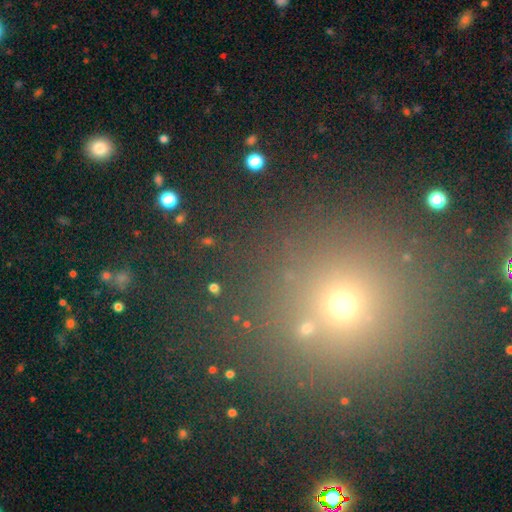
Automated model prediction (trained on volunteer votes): Smooth or featured: star or artifact — 47% (smooth — 45%)